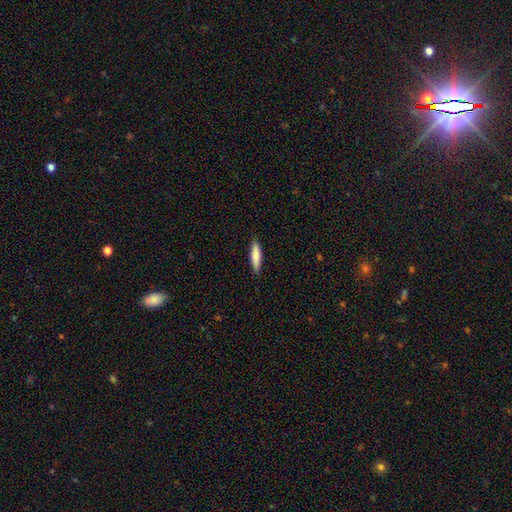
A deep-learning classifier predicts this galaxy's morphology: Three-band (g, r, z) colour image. It shows a smooth galaxy with no disk features (82%) that is cigar-shaped (78%). Merging: none (89%).